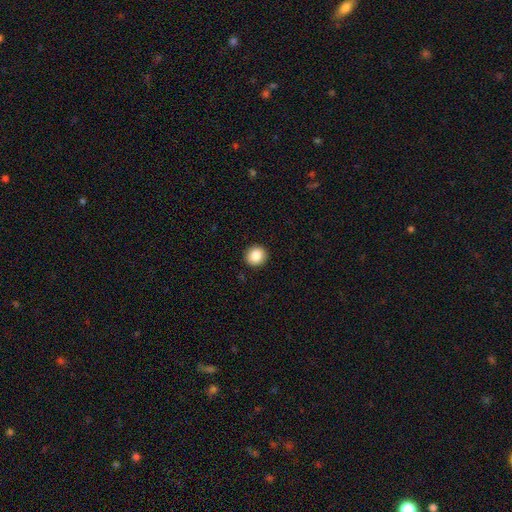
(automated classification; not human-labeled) Smooth or featured: smooth — 86% (star or artifact — 9%)
How rounded: round — 92% (in between — 7%)
Merging: none — 93% (minor disturbance — 5%)